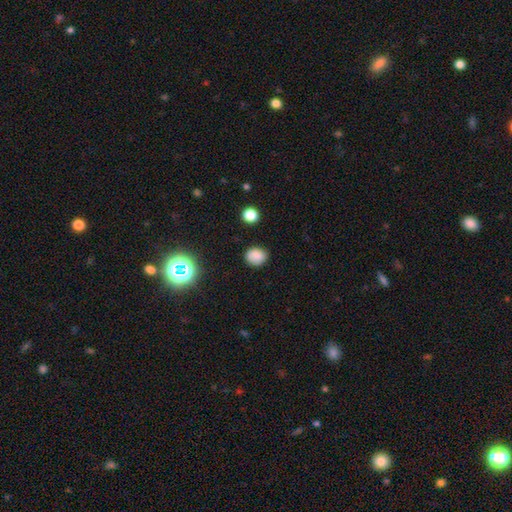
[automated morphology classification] The model was most divided on "how rounded": round: 65%, in between: 34%, cigar-shaped: 1%. More confident: merging — none (81%); smooth or featured — smooth (80%).